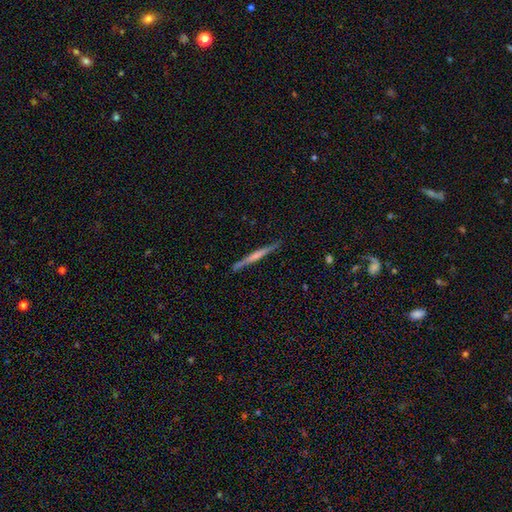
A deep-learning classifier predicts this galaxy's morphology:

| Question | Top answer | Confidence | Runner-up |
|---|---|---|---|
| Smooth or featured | featured or disk | 56% | smooth (39%) |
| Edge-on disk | yes | 97% | no (3%) |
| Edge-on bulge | none | 55% | rounded (30%) |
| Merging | none | 88% | minor disturbance (9%) |